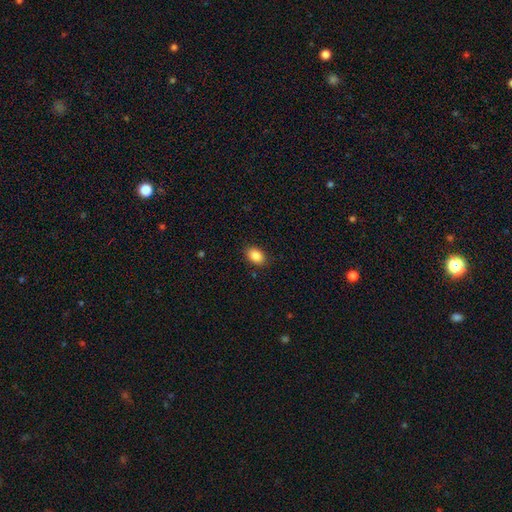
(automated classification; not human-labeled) Smooth or featured? Predicted: smooth (p=0.87). How rounded? Predicted: in between (p=0.83). Merging? Predicted: none (p=0.87).